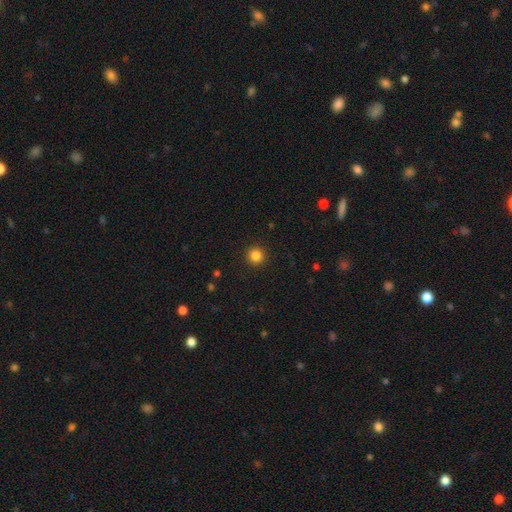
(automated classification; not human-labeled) A smooth galaxy with no disk features (84%) that is round (95%).

Vote fractions:
- Smooth or featured? smooth: 84% / star or artifact: 12% / featured or disk: 4%
- How rounded? round: 95% / in between: 4% / cigar-shaped: 1%
- Merging? none: 93% / minor disturbance: 4% / major disturbance: 2% / merger: 1%